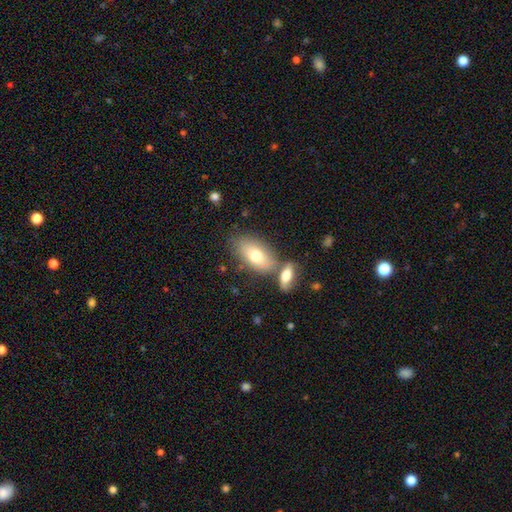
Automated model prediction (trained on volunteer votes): Overall: smooth (72%). How rounded: in between (90%). Merging: none (59%; merger 23%).